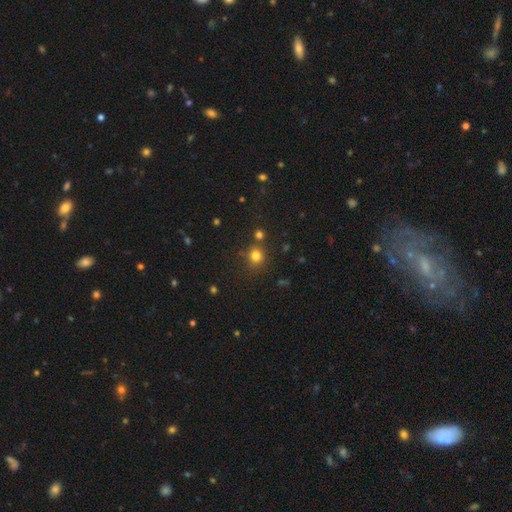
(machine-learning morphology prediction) A smooth galaxy with no disk features (77%) that is round (88%).

Vote fractions:
- Smooth or featured? smooth: 77% / star or artifact: 17% / featured or disk: 6%
- How rounded? round: 88% / in between: 11% / cigar-shaped: 1%
- Merging? none: 74% / merger: 12% / minor disturbance: 10% / major disturbance: 4%